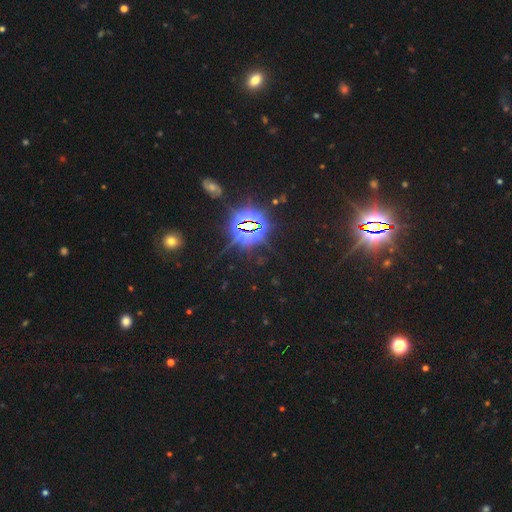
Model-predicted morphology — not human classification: Smooth or featured? Predicted: star or artifact (p=0.83).